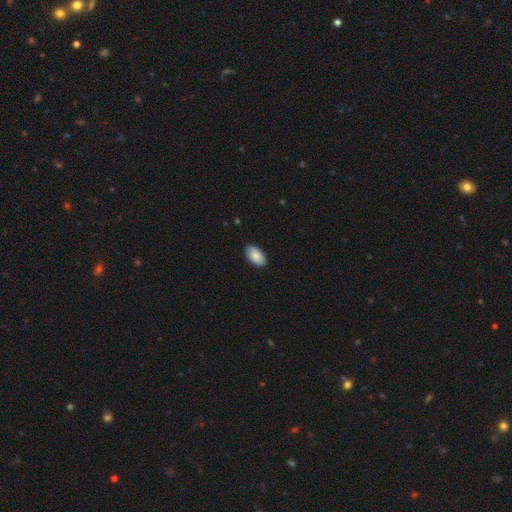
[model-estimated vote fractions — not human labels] Q: Smooth or featured?
A: smooth (88%); runner-up: featured or disk (6%)
Q: How rounded?
A: in between (96%); runner-up: round (3%)
Q: Merging?
A: none (89%); runner-up: minor disturbance (9%)